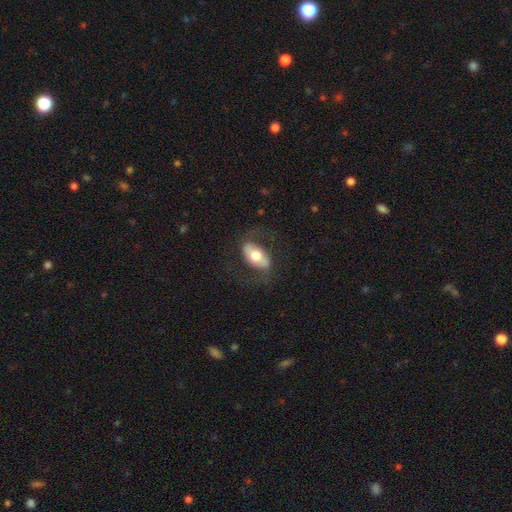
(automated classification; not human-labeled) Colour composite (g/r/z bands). It shows a featured or disk galaxy (48%). Merging: none (71%).